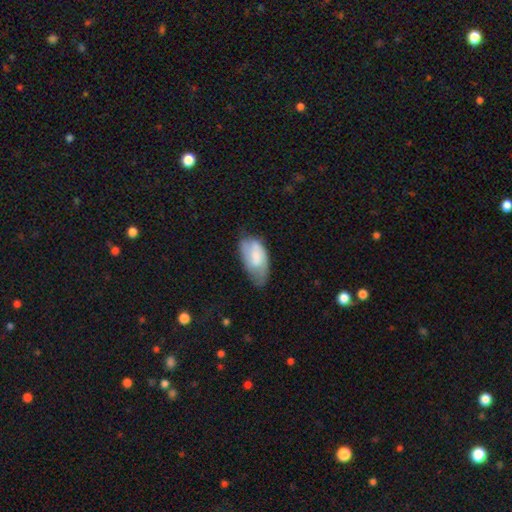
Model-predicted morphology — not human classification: Smooth or featured? Predicted: smooth (p=0.65). How rounded? Predicted: in between (p=0.94). Merging? Predicted: minor disturbance (p=0.41).